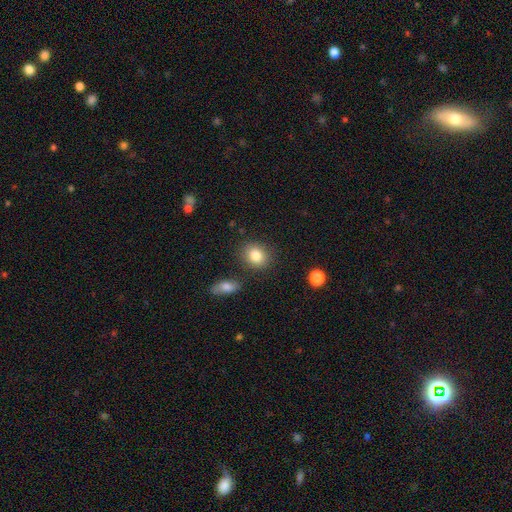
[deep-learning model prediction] This appears to be a smooth galaxy with no disk features (84%) that is round (61%). Merging: none (83%).